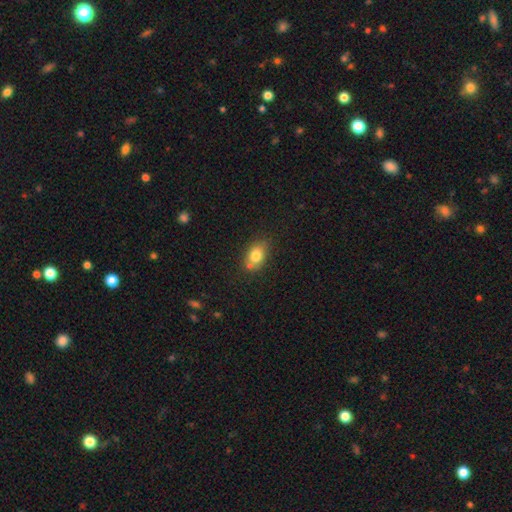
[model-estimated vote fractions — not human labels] Smooth or featured?
  - smooth: 79% *
  - featured or disk: 12%
  - star or artifact: 10%
How rounded?
  - in between: 76% *
  - round: 22%
  - cigar-shaped: 2%
Merging?
  - none: 63% *
  - minor disturbance: 19%
  - merger: 13%
  - major disturbance: 4%